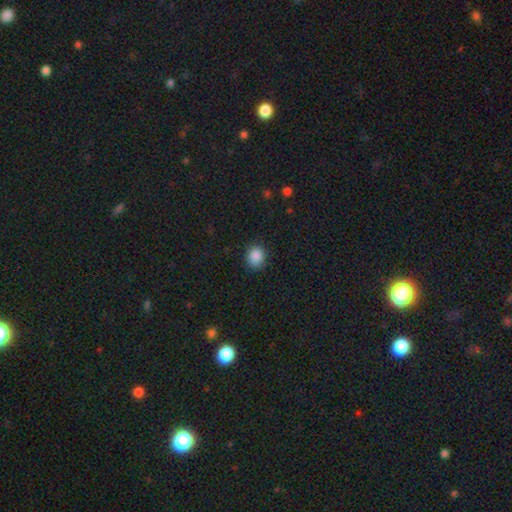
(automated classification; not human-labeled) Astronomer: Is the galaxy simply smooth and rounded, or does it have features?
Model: smooth — 87%.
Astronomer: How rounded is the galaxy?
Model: round — 71%.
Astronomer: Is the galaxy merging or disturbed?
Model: none — 86%.